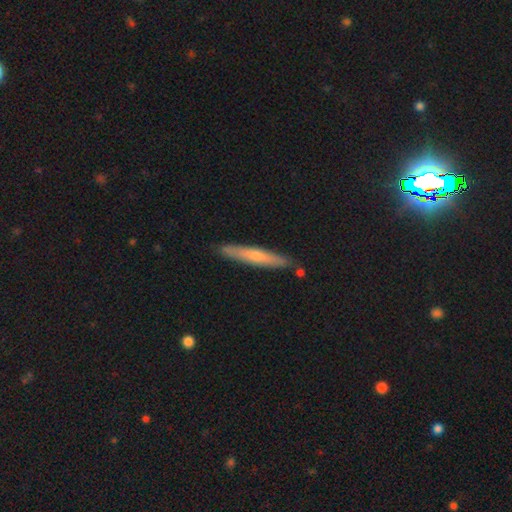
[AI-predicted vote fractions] A smooth galaxy with no disk features (56%) that is cigar-shaped (94%). Merging: none (86%).